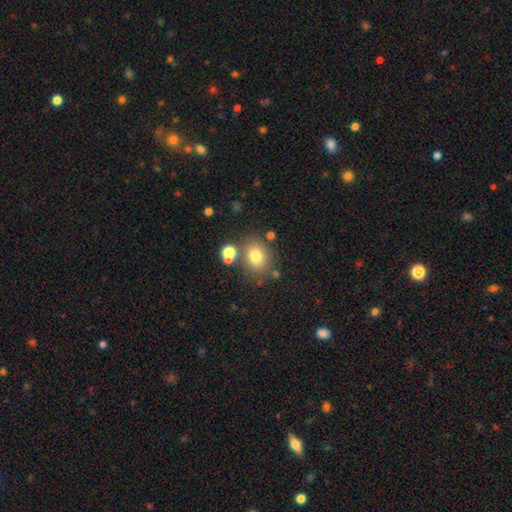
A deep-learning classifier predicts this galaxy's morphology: smooth-or-featured: smooth: 76% | star or artifact: 13% | featured or disk: 10%
  how-rounded: round: 55% | in between: 44% | cigar-shaped: 1%
  merging: none: 73% | minor disturbance: 12% | merger: 10% | major disturbance: 5%